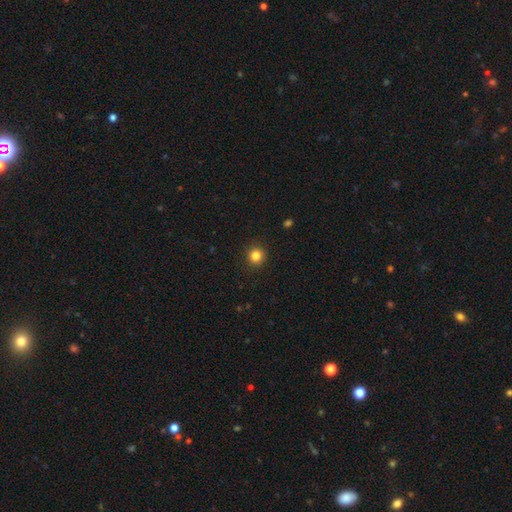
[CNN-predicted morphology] This appears to be a smooth galaxy with no disk features (83%) that is round (93%). Merging: none (92%).